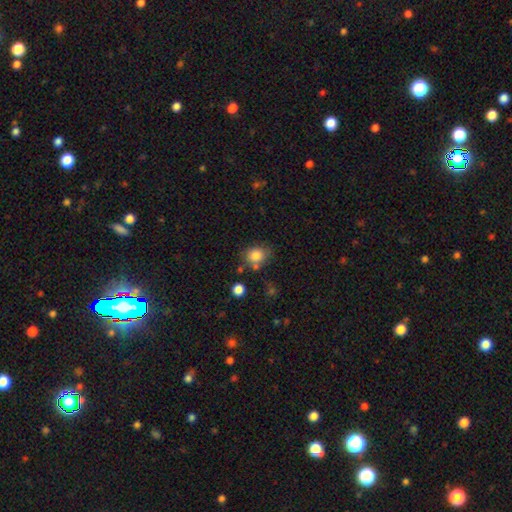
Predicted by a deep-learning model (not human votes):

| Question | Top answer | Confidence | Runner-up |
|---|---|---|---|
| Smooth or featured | smooth | 83% | star or artifact (10%) |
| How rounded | round | 54% | in between (45%) |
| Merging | none | 66% | minor disturbance (19%) |